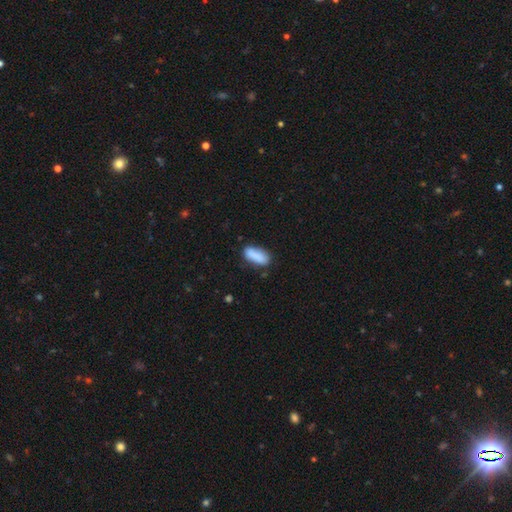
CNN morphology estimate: smooth_or_featured: smooth (p=0.86) [alt: star or artifact p=0.07]
how_rounded: in between (p=0.77) [alt: cigar-shaped p=0.21]
merging: none (p=0.73) [alt: minor disturbance p=0.19]